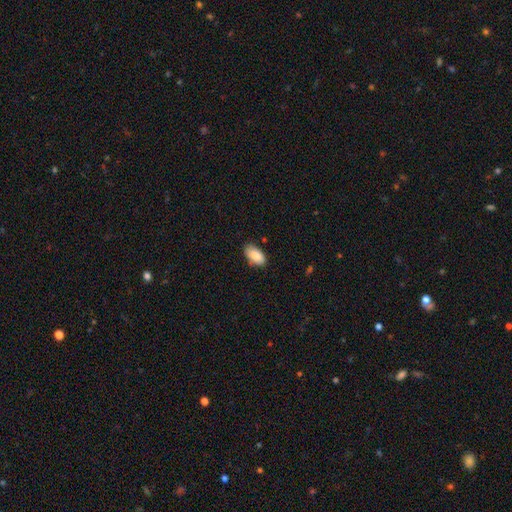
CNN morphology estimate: Smooth or featured?
  - smooth: 88% *
  - star or artifact: 7%
  - featured or disk: 5%
How rounded?
  - in between: 94% *
  - round: 3%
  - cigar-shaped: 3%
Merging?
  - none: 79% *
  - minor disturbance: 17%
  - major disturbance: 3%
  - merger: 1%